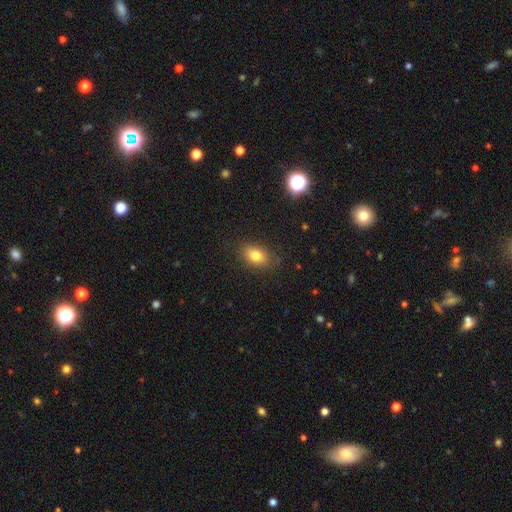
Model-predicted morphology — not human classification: Smooth or featured? smooth (79%)
How rounded? in between (81%)
Merging? none (83%)